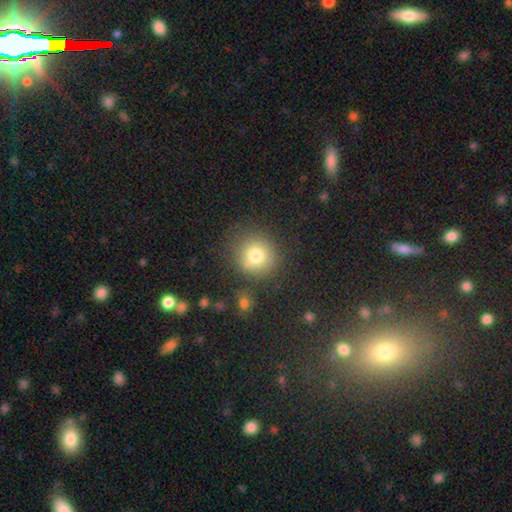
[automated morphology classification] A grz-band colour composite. It shows a smooth galaxy with no disk features (76%) that is round (90%). Merging: none (78%).